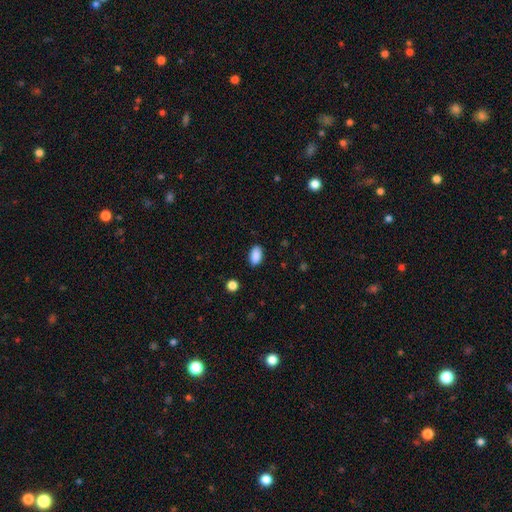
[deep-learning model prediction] smooth 89%, star or artifact 8%, featured or disk 3%. Down the decision tree: how rounded — in between (93%); merging — none (87%).